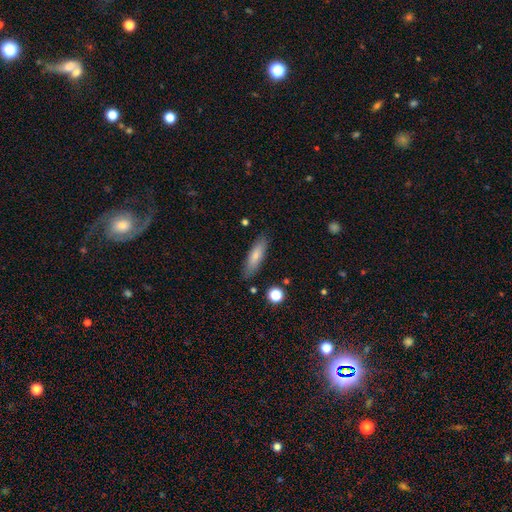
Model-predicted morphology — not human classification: Overall: smooth (77%). How rounded: cigar-shaped (57%; in between 41%). Merging: none (84%).